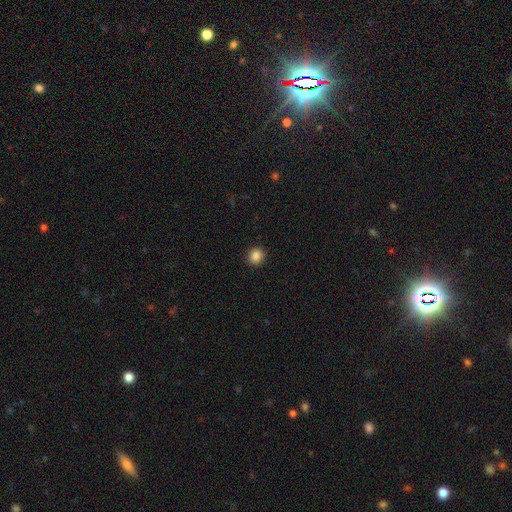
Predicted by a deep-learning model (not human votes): Smooth or featured: smooth — 87% (star or artifact — 10%)
How rounded: round — 87% (in between — 12%)
Merging: none — 91% (minor disturbance — 6%)